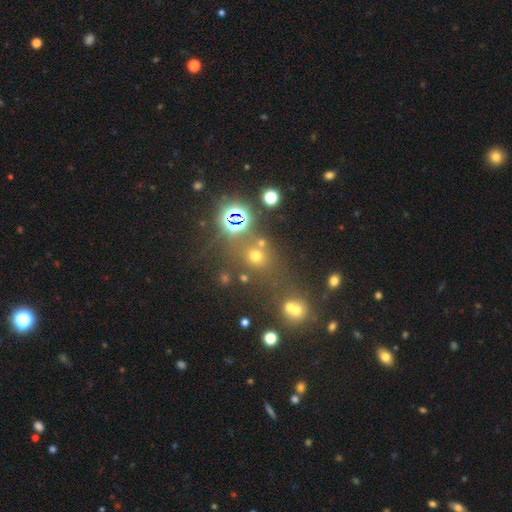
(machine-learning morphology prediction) smooth_or_featured: smooth (p=0.55) [alt: star or artifact p=0.36]
how_rounded: round (p=0.80) [alt: in between p=0.18]
merging: none (p=0.66) [alt: merger p=0.16]